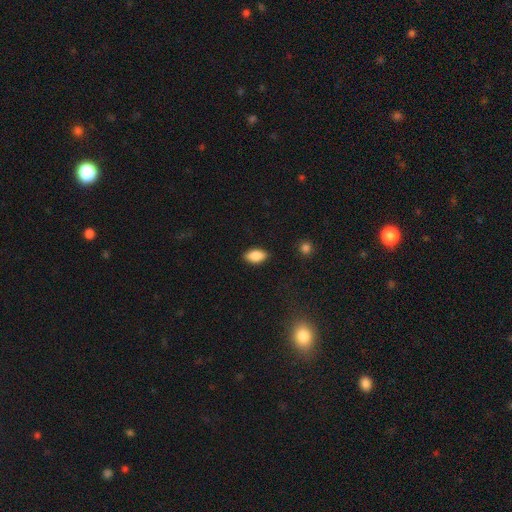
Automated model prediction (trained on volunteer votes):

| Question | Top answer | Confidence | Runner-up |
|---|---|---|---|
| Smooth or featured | smooth | 86% | star or artifact (7%) |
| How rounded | in between | 92% | cigar-shaped (4%) |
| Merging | none | 88% | minor disturbance (9%) |